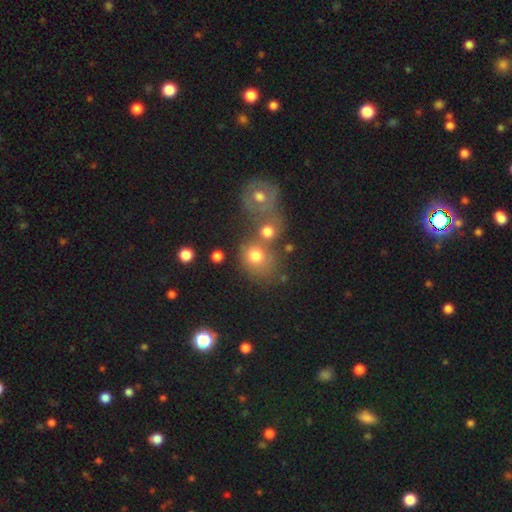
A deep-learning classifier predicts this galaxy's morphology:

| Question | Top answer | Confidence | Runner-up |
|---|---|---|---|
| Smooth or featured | smooth | 73% | featured or disk (14%) |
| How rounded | round | 73% | in between (26%) |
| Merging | merger | 46% | none (36%) |